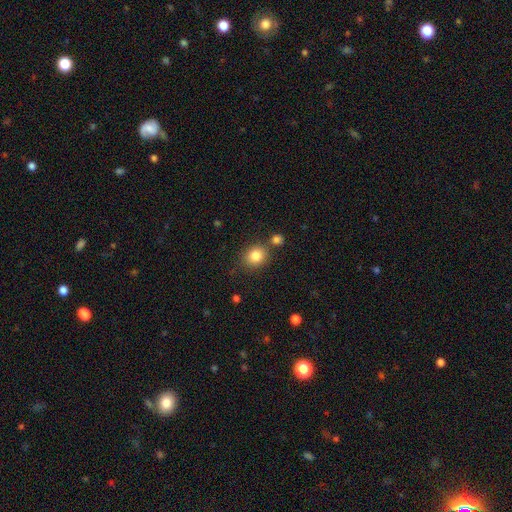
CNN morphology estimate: Smooth or featured? Predicted: smooth (p=0.83). How rounded? Predicted: round (p=0.68). Merging? Predicted: none (p=0.74).